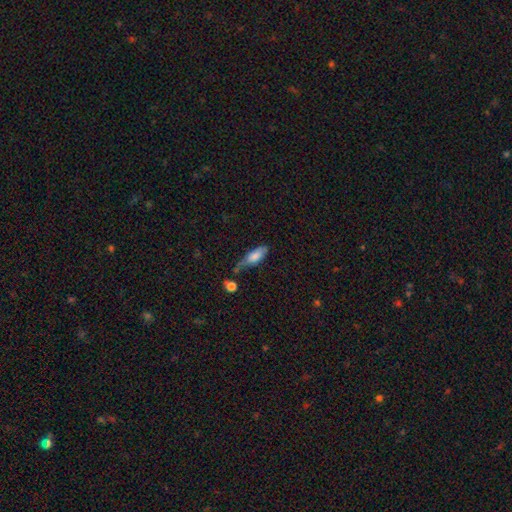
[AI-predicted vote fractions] Smooth or featured? smooth (75%)
How rounded? in between (71%)
Merging? none (38%)